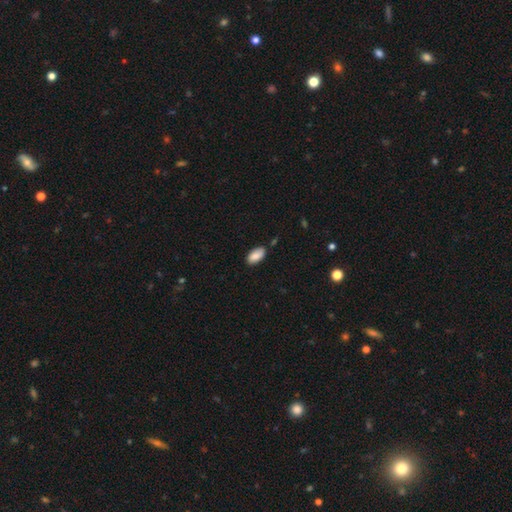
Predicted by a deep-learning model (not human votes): Smooth or featured?
  - smooth: 87% *
  - star or artifact: 7%
  - featured or disk: 6%
How rounded?
  - in between: 94% *
  - cigar-shaped: 4%
  - round: 2%
Merging?
  - none: 78% *
  - minor disturbance: 17%
  - merger: 3%
  - major disturbance: 3%